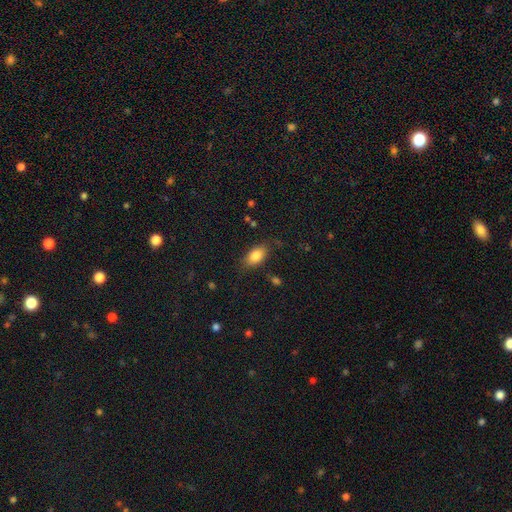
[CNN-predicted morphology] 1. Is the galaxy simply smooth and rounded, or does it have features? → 82% smooth, 10% featured or disk, 8% star or artifact.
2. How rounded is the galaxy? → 89% in between, 7% round, 4% cigar-shaped.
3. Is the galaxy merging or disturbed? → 79% none, 15% minor disturbance, 4% major disturbance, 2% merger.